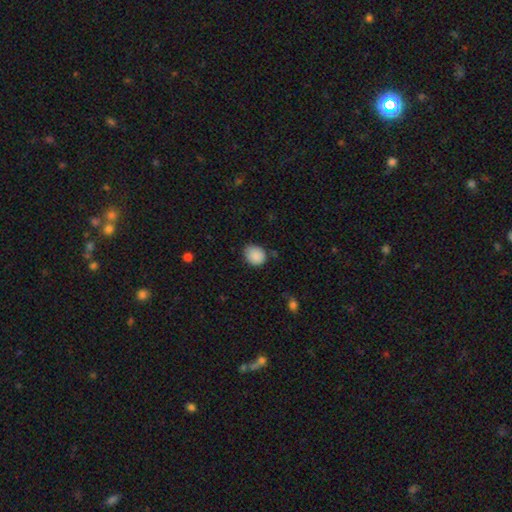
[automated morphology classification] A smooth galaxy with no disk features (88%) that is round (61%).

Vote fractions:
- Smooth or featured? smooth: 88% / star or artifact: 8% / featured or disk: 4%
- How rounded? round: 61% / in between: 38% / cigar-shaped: 1%
- Merging? none: 70% / minor disturbance: 24% / major disturbance: 4% / merger: 2%